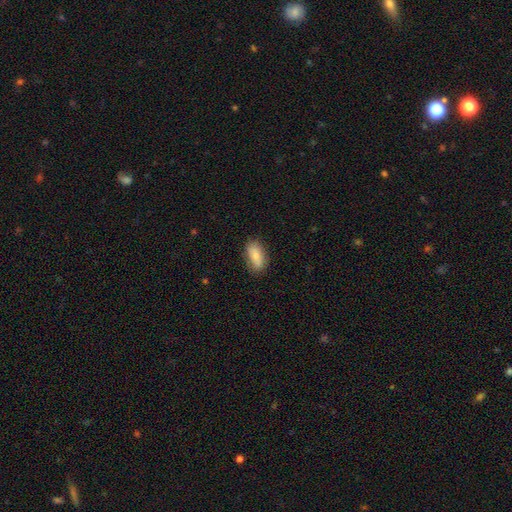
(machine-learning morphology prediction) Overall: smooth (83%). How rounded: in between (87%). Merging: none (81%).